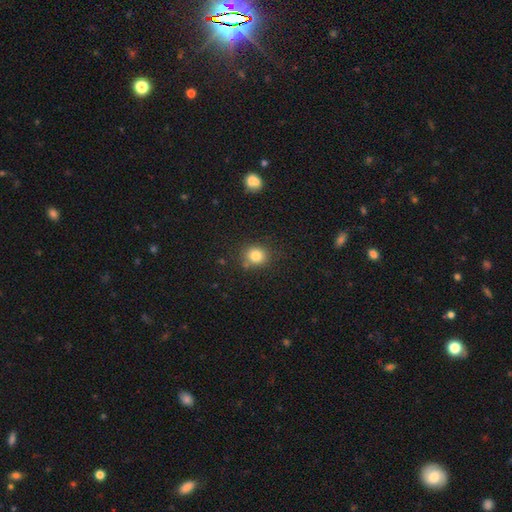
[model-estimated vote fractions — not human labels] A smooth galaxy with no disk features (83%) that is round (78%). Merging: none (79%).